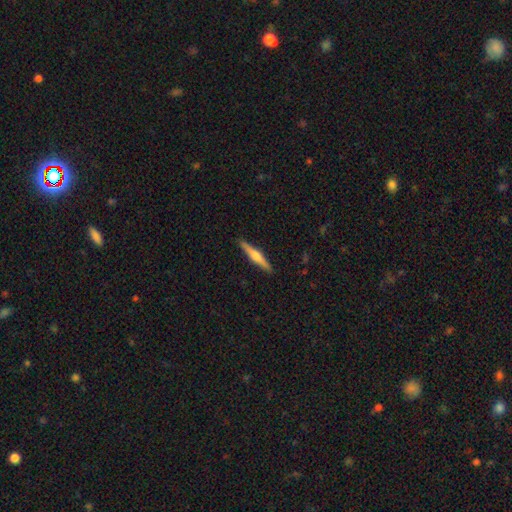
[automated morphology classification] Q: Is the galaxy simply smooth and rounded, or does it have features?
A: featured or disk — 62%.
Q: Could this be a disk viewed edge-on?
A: yes — 98%.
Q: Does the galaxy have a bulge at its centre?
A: rounded — 84%.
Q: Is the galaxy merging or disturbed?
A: none — 92%.